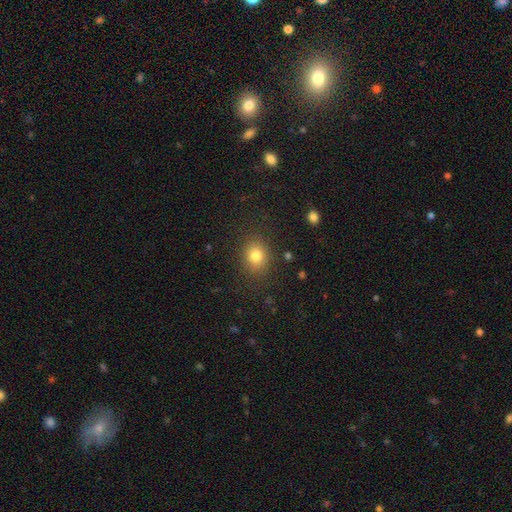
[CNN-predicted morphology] A smooth galaxy with no disk features (81%) that is round (62%). Merging: none (85%).